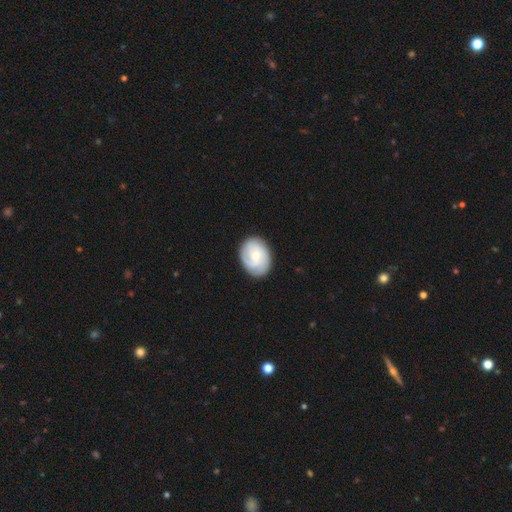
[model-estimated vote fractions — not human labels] Morphology: type=featured or disk (57%); edge-on=no (97%); bar=no (72%); spiral arms=yes (85%); bulge=small (54%); merging=none (79%).